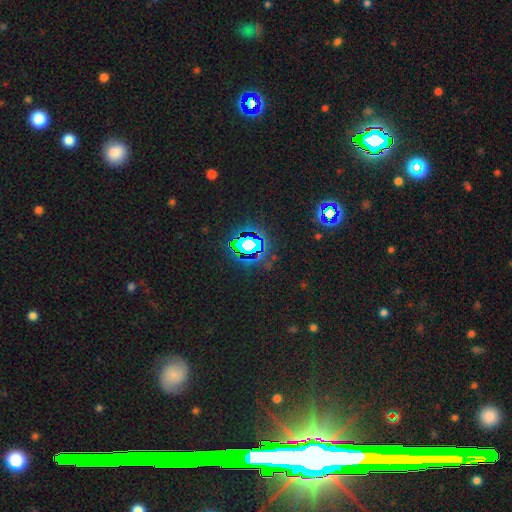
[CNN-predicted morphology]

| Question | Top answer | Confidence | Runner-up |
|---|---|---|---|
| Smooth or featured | star or artifact | 80% | smooth (11%) |